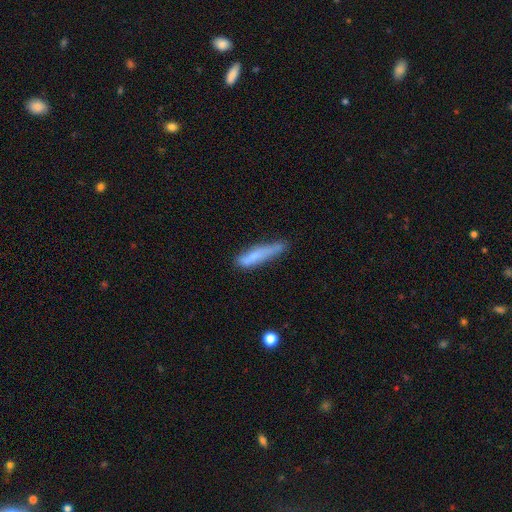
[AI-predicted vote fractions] Smooth or featured?
  - smooth: 67% *
  - featured or disk: 25%
  - star or artifact: 8%
How rounded?
  - cigar-shaped: 87% *
  - in between: 12%
  - round: 2%
Merging?
  - none: 54% *
  - minor disturbance: 31%
  - major disturbance: 10%
  - merger: 5%